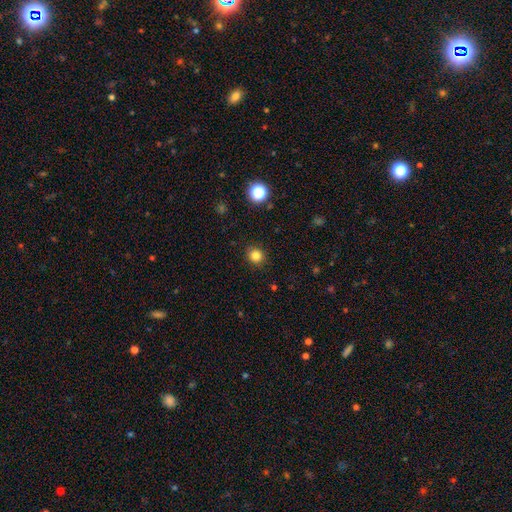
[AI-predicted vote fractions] A smooth galaxy with no disk features (83%) that is round (84%). Merging: none (90%).